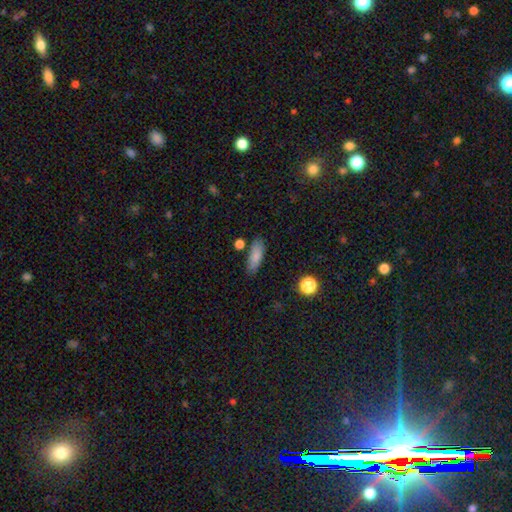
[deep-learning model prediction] Smooth or featured?
  - smooth: 83% *
  - featured or disk: 9%
  - star or artifact: 8%
How rounded?
  - in between: 66% *
  - cigar-shaped: 31%
  - round: 3%
Merging?
  - none: 79% *
  - minor disturbance: 13%
  - merger: 5%
  - major disturbance: 3%